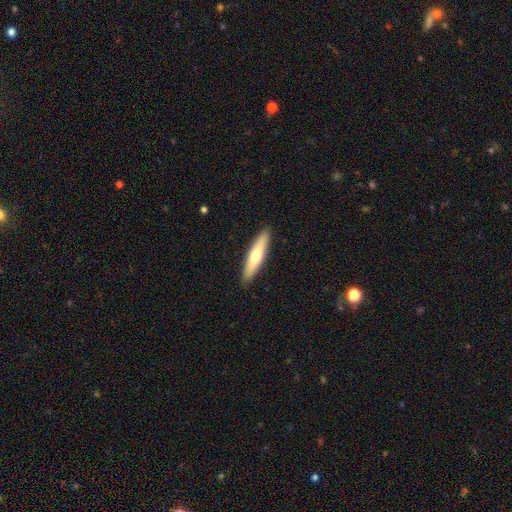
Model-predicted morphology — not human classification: This is possibly a smooth galaxy (55%). How rounded: likely cigar-shaped (80%). Merging: clearly none (90%).